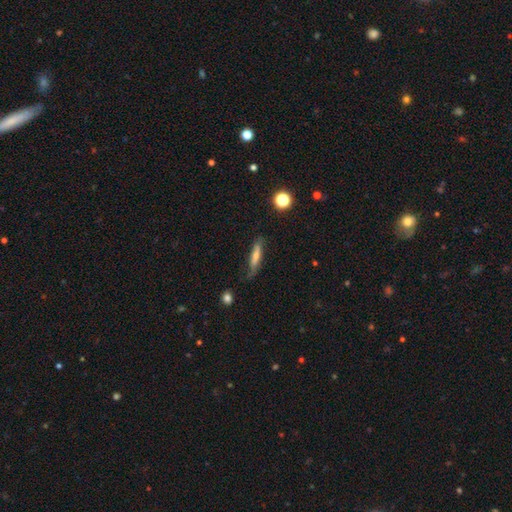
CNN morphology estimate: A smooth galaxy with no disk features (52%) that is cigar-shaped (83%). Merging: none (65%).